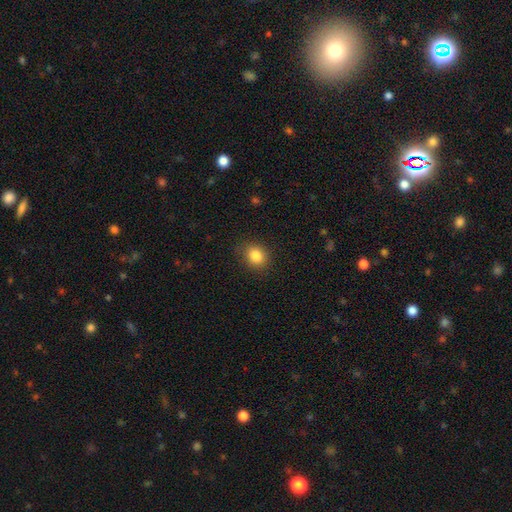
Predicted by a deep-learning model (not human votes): Smooth or featured? Predicted: smooth (p=0.85). How rounded? Predicted: round (p=0.64). Merging? Predicted: none (p=0.85).